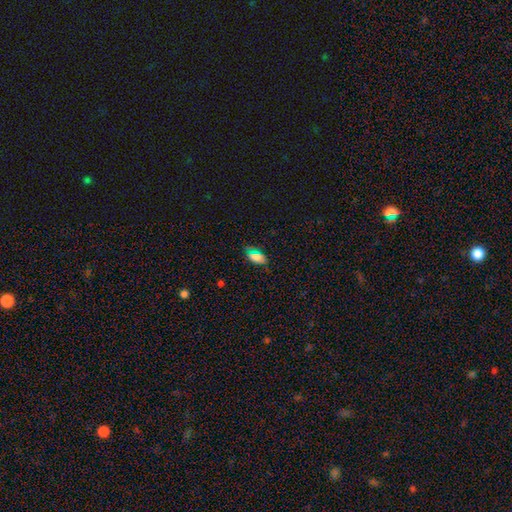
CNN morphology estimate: The model was most divided on "smooth or featured": smooth: 71%, star or artifact: 18%, featured or disk: 11%. More confident: how rounded — in between (89%); merging — none (73%).